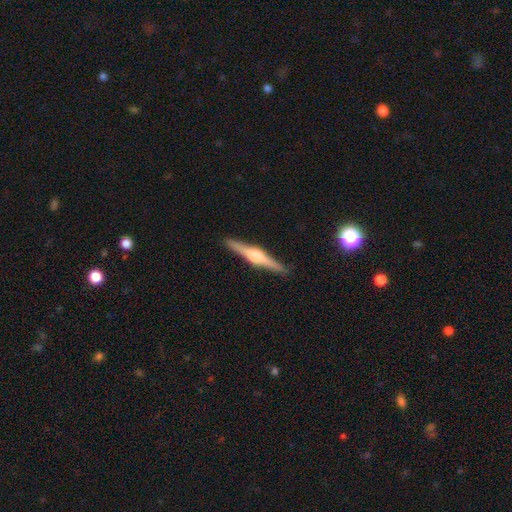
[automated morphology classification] Smooth or featured?
  - featured or disk: 76% *
  - smooth: 18%
  - star or artifact: 5%
Edge-on disk?
  - yes: 98% *
  - no: 2%
Edge-on bulge?
  - rounded: 91% *
  - boxy: 6%
  - none: 3%
Merging?
  - none: 91% *
  - minor disturbance: 6%
  - major disturbance: 1%
  - merger: 1%